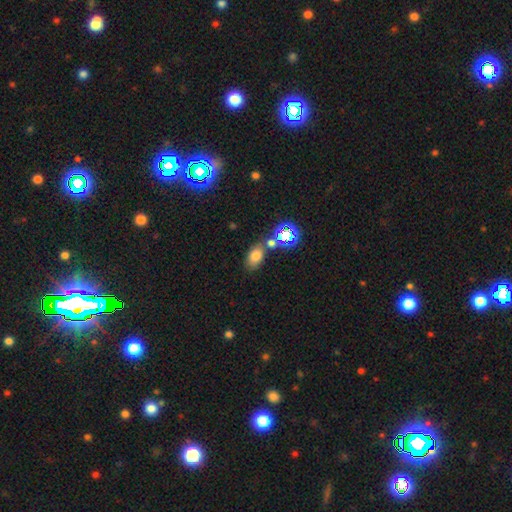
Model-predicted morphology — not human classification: A smooth galaxy with no disk features (71%) that is in between round and cigar-shaped (81%). Merging: none (61%).